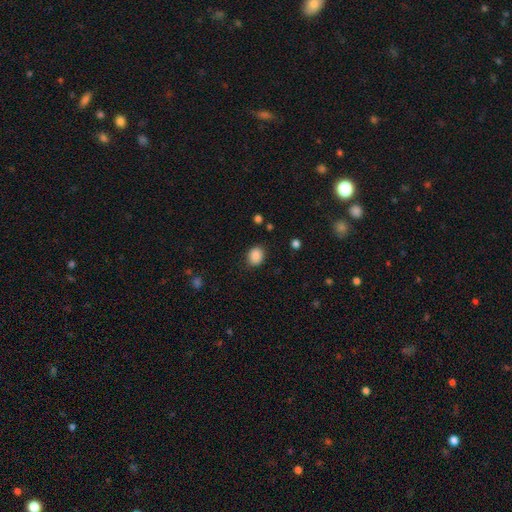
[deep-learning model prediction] This is clearly a smooth galaxy (87%). How rounded: possibly round (53%). Merging: clearly none (85%).